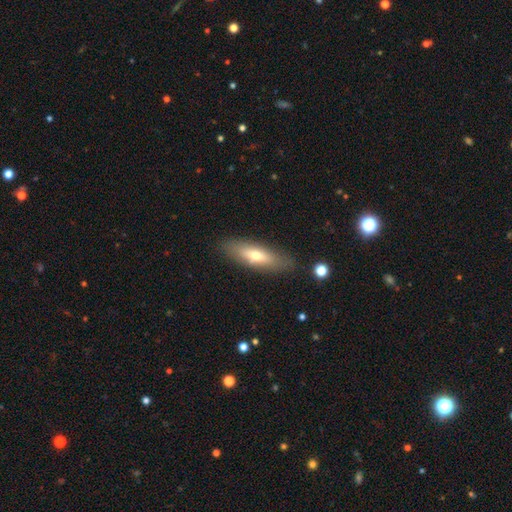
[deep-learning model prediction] smooth_or_featured: smooth (p=0.59) [alt: featured or disk p=0.34]
how_rounded: cigar-shaped (p=0.56) [alt: in between p=0.42]
merging: none (p=0.85) [alt: minor disturbance p=0.11]